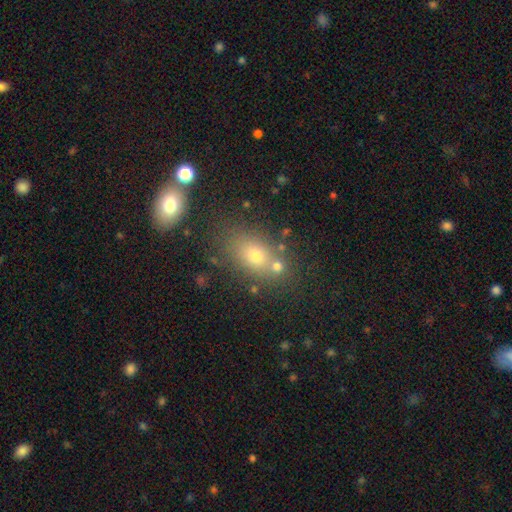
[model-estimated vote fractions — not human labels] smooth 66%, star or artifact 17%, featured or disk 17%. Down the decision tree: how rounded — in between (69%); merging — none (64%).